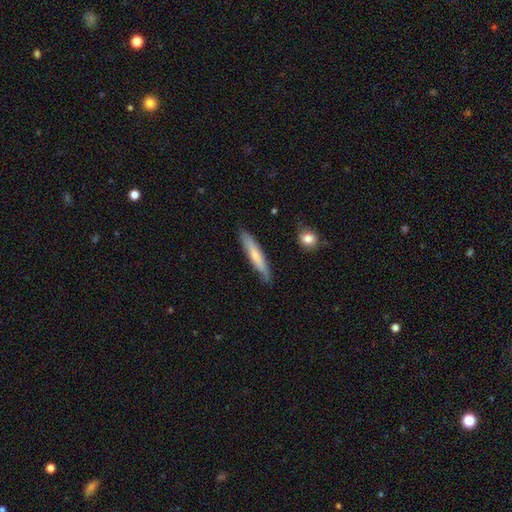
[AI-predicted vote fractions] Morphology: type=smooth (62%); roundness=cigar-shaped (91%); merging=none (81%).